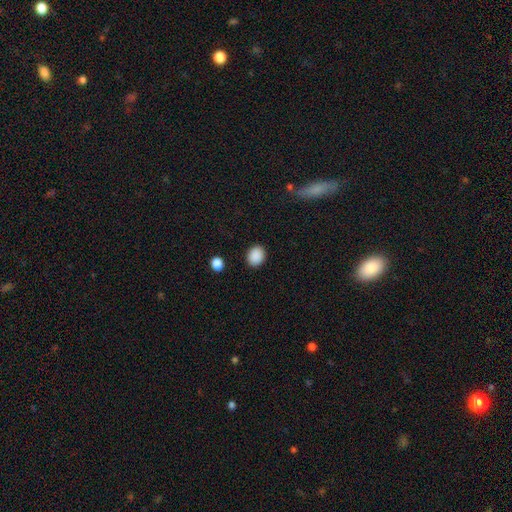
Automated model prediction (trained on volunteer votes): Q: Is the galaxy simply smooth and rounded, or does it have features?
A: smooth — 89%.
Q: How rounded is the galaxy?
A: round — 54%.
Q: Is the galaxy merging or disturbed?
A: none — 89%.